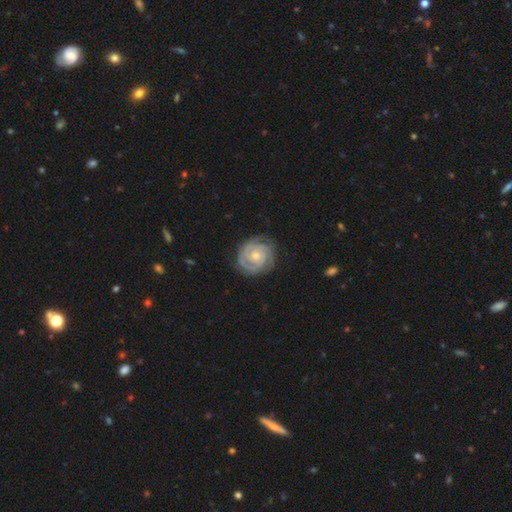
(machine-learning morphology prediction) featured or disk 89%, smooth 7%, star or artifact 4%. Down the decision tree: edge-on disk — no (98%); bar — no (74%); spiral arms — yes (97%); spiral arm count — 2 (38%); spiral winding — tight (81%); bulge size — small (53%); merging — none (79%).